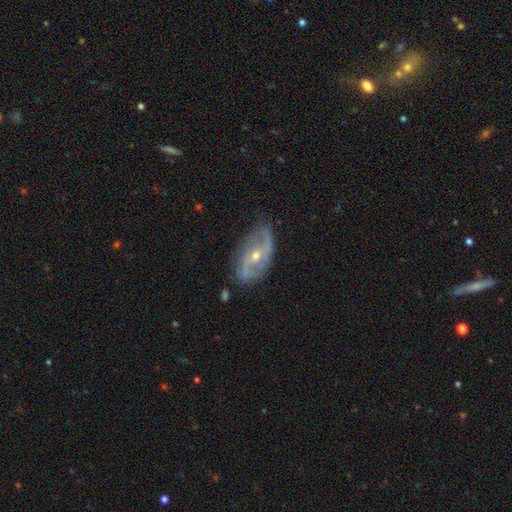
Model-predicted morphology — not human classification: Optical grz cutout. It shows a featured or disk galaxy (83%) with no bar (47%), 2 (83%) medium (40%, tied with loose) spiral arms (91%) and a moderate central bulge (49%, tied with small). Merging: none (69%).